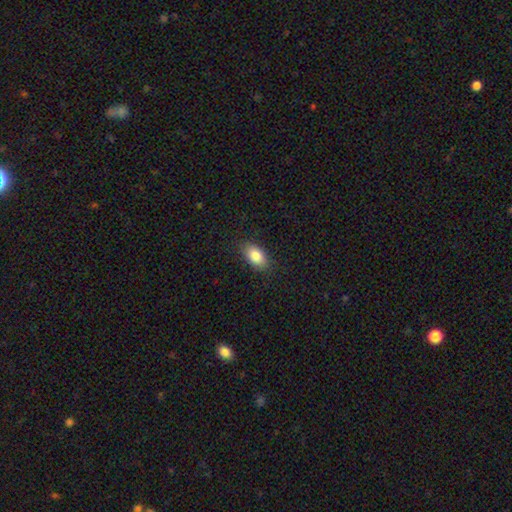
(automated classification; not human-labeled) Smooth or featured?
  - smooth: 85% *
  - featured or disk: 8%
  - star or artifact: 7%
How rounded?
  - in between: 91% *
  - round: 6%
  - cigar-shaped: 2%
Merging?
  - none: 86% *
  - minor disturbance: 10%
  - major disturbance: 3%
  - merger: 1%